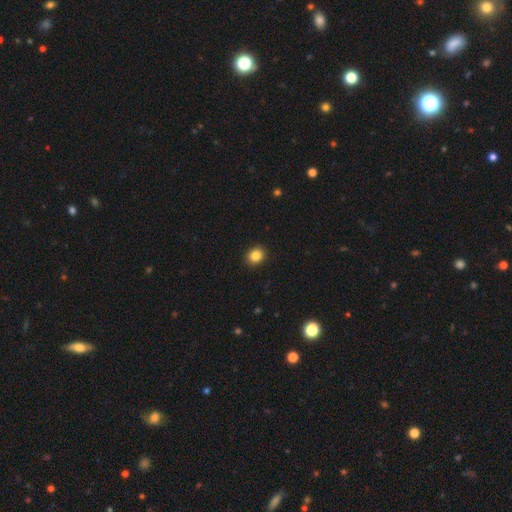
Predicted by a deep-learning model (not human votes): Smooth or featured? Predicted: smooth (p=0.85). How rounded? Predicted: round (p=0.66). Merging? Predicted: none (p=0.90).